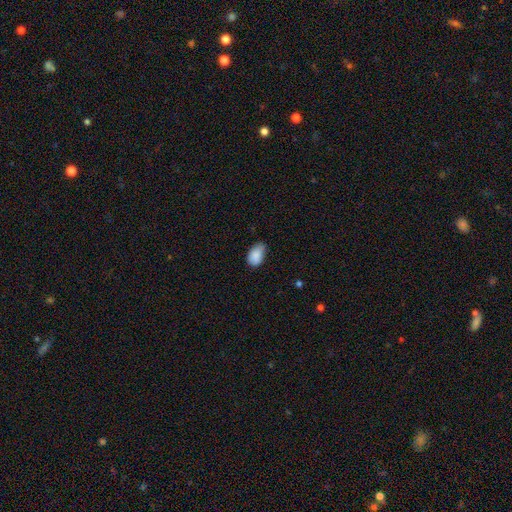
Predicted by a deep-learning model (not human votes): The model was most divided on "merging": none: 53%, minor disturbance: 39%, major disturbance: 6%, merger: 2%. More confident: how rounded — in between (90%); smooth or featured — smooth (87%).